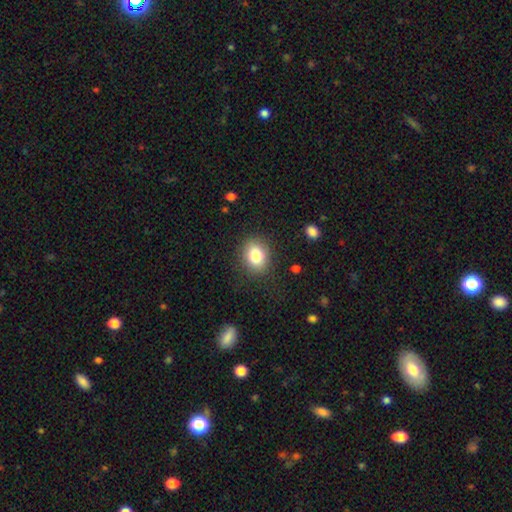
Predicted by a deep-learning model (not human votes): This appears to be a smooth galaxy with no disk features (83%) that is in between round and cigar-shaped (50%). Merging: none (85%).